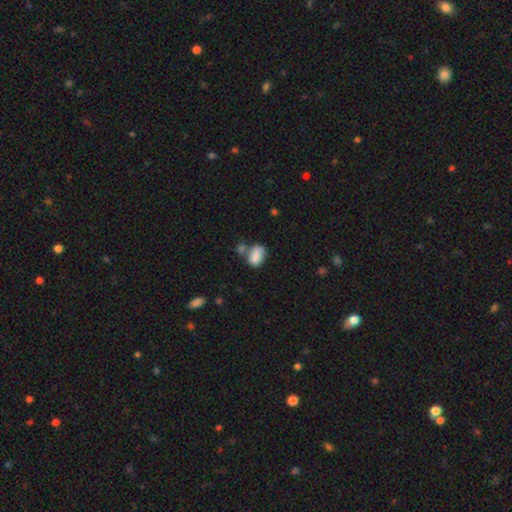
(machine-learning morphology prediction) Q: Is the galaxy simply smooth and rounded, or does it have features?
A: smooth — 80%.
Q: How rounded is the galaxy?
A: in between — 83%.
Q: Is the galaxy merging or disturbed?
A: none — 37%.